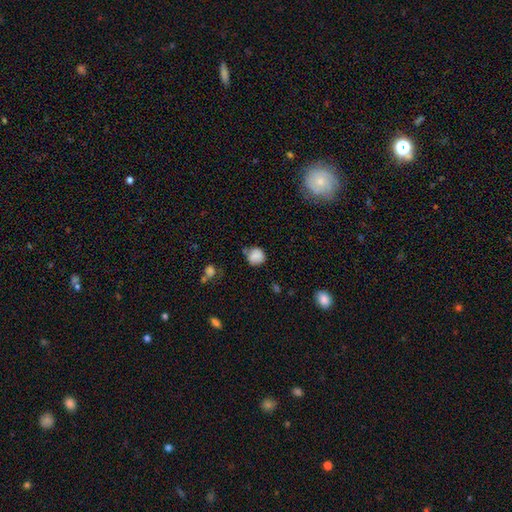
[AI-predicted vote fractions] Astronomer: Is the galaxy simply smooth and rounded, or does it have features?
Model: smooth — 83%.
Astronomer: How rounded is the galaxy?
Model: round — 83%.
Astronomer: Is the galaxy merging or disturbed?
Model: none — 67%.